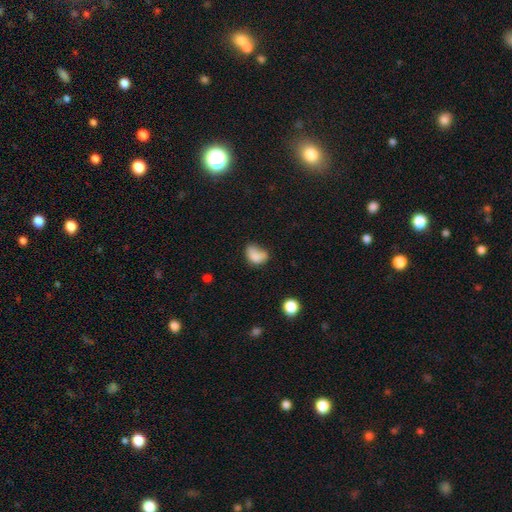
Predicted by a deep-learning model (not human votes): Morphology: type=smooth (78%); roundness=in between (75%); merging=none (35%, tied with minor disturbance).